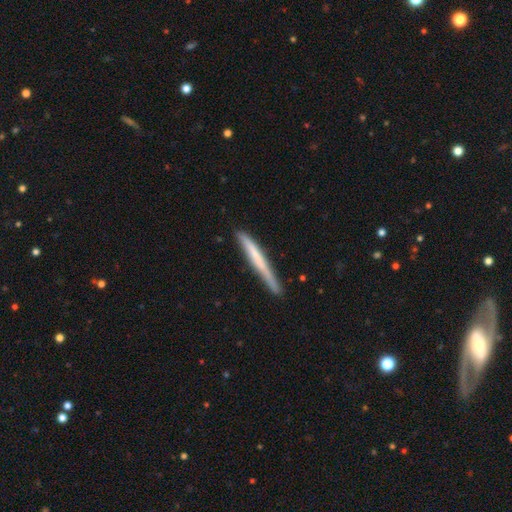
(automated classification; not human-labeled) The model was most divided on "smooth or featured": smooth: 53%, featured or disk: 41%, star or artifact: 6%. More confident: how rounded — cigar-shaped (97%); merging — none (79%).